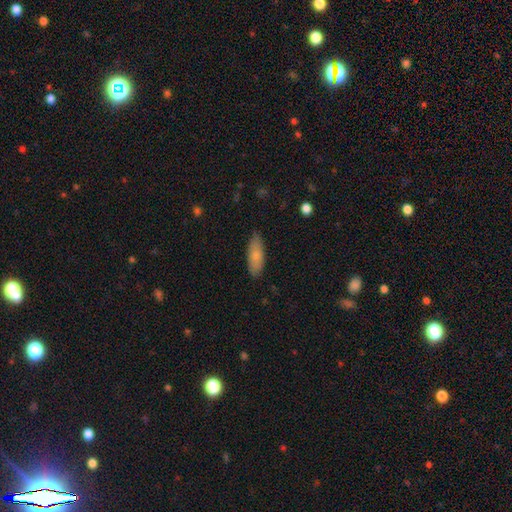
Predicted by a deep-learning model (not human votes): Overall: smooth (76%). How rounded: in between (73%). Merging: none (80%).